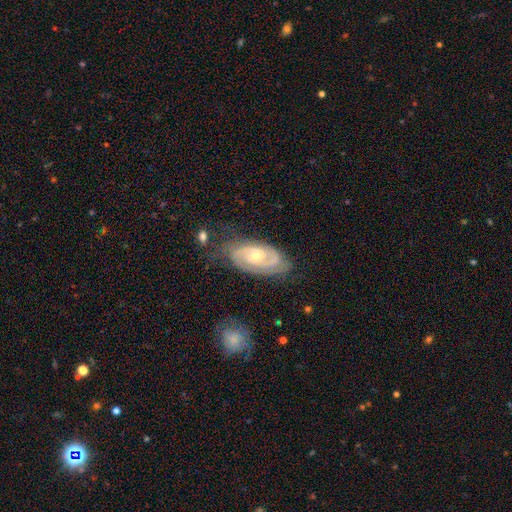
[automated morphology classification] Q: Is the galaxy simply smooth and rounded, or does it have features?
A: featured or disk — 85%.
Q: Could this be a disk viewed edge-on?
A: no — 95%.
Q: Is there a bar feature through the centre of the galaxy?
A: no — 60%.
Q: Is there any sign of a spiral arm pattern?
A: yes — 97%.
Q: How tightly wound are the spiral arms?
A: tight — 64%.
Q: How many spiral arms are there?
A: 2 — 69%.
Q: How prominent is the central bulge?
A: small — 58%.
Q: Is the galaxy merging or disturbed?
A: none — 72%.